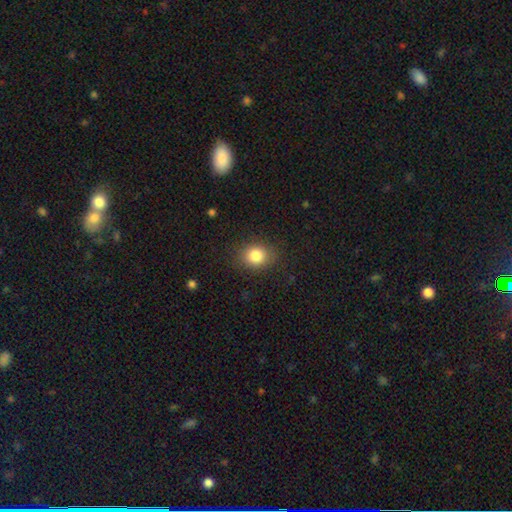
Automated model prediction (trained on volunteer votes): Overall: smooth (84%). How rounded: round (59%; in between 40%). Merging: none (85%).